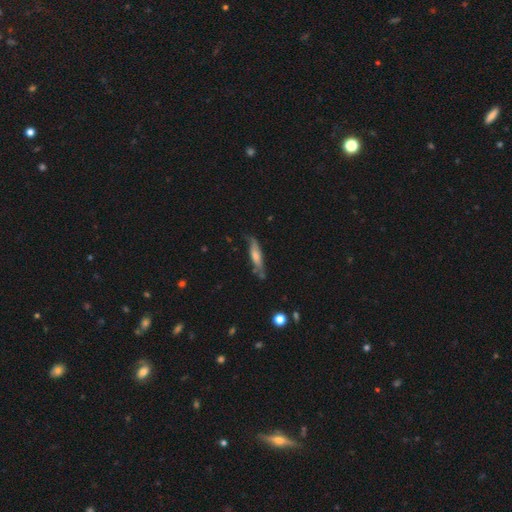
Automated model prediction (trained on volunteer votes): Q: Smooth or featured?
A: smooth (52%); runner-up: featured or disk (42%)
Q: How rounded?
A: cigar-shaped (76%); runner-up: in between (22%)
Q: Merging?
A: none (62%); runner-up: minor disturbance (27%)